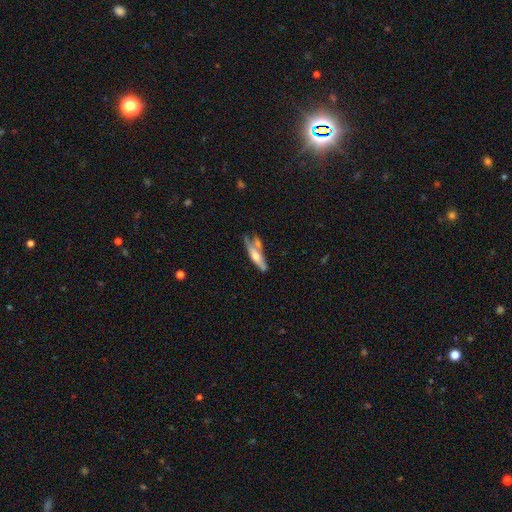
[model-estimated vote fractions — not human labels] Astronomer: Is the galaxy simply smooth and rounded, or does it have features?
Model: smooth — 47% (runner-up: featured or disk, 46%).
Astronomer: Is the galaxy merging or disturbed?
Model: none — 34% (runner-up: merger, 27%).